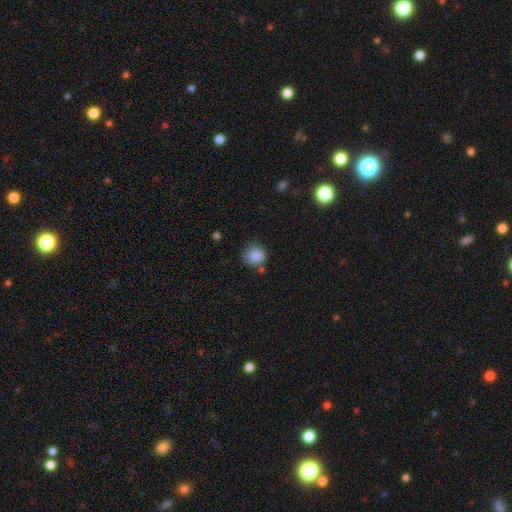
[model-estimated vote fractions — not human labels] This appears to be a smooth galaxy with no disk features (85%) that is round (84%). Merging: none (64%).